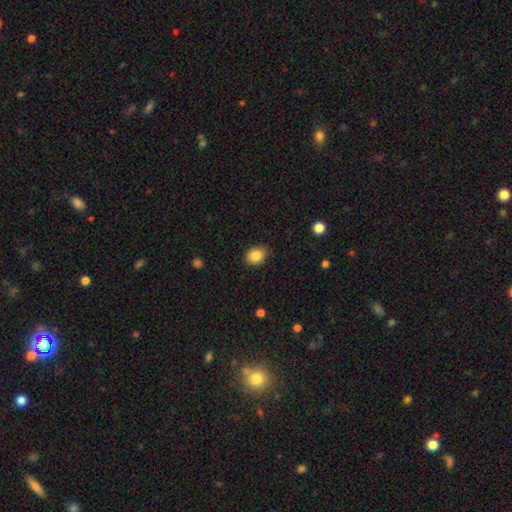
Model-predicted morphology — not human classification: Smooth or featured: smooth — 85% (star or artifact — 9%)
How rounded: round — 55% (in between — 44%)
Merging: none — 86% (minor disturbance — 11%)